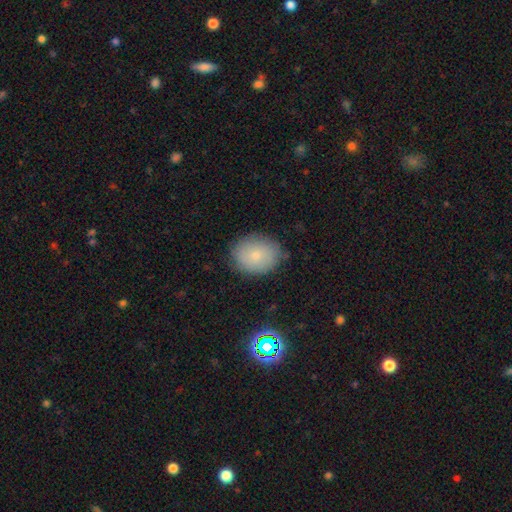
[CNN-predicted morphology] smooth 75%, featured or disk 14%, star or artifact 11%. Down the decision tree: how rounded — in between (51%); merging — none (81%).